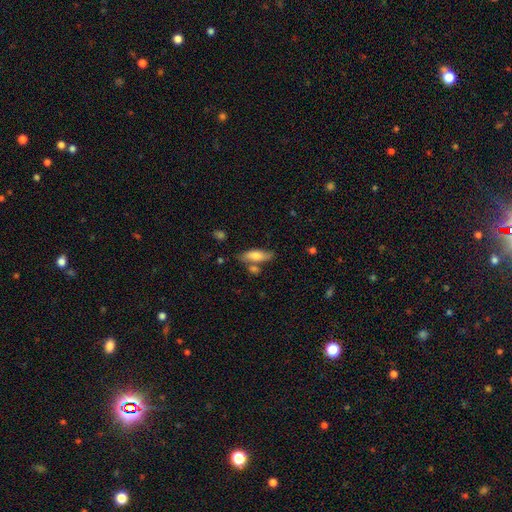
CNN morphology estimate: A smooth galaxy with no disk features (72%) that is in between round and cigar-shaped (60%). Merging: none (63%).